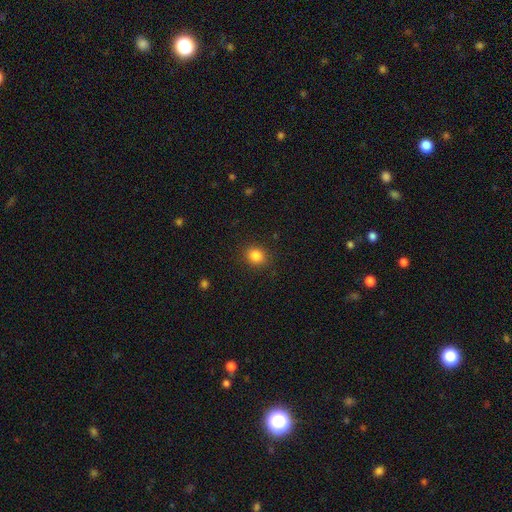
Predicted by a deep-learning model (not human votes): Overall: smooth (85%). How rounded: round (74%). Merging: none (88%).